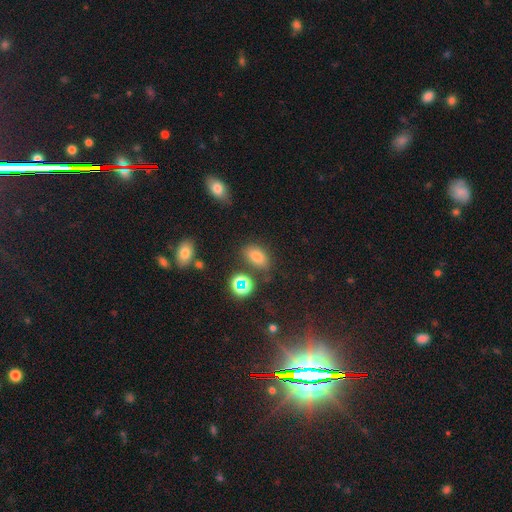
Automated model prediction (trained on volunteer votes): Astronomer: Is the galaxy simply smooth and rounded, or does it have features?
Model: smooth — 74%.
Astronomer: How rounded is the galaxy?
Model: in between — 86%.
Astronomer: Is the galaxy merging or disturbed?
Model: none — 74%.